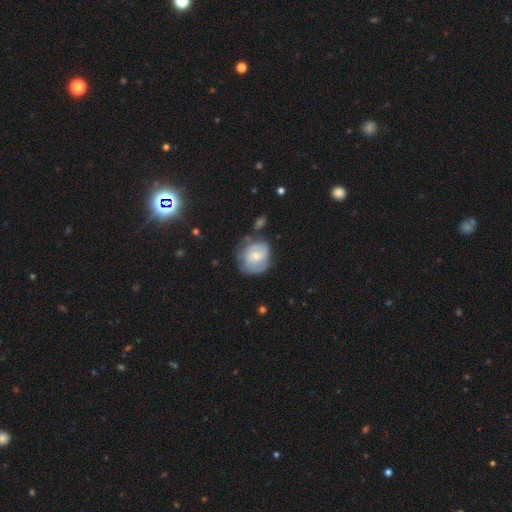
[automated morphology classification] A featured or disk galaxy (54%) with no bar (63%), spiral arms (74%) and a small central bulge (54%).

Vote fractions:
- Smooth or featured? featured or disk: 54% / smooth: 40% / star or artifact: 6%
- Edge-on disk? no: 97% / yes: 3%
- Bar? no: 63% / weak: 31% / strong: 6%
- Spiral arms? yes: 74% / no: 26%
- Bulge size? small: 54% / moderate: 40% / large: 3% / none: 2% / dominant: 1%
- Merging? none: 60% / minor disturbance: 25% / major disturbance: 11% / merger: 4%